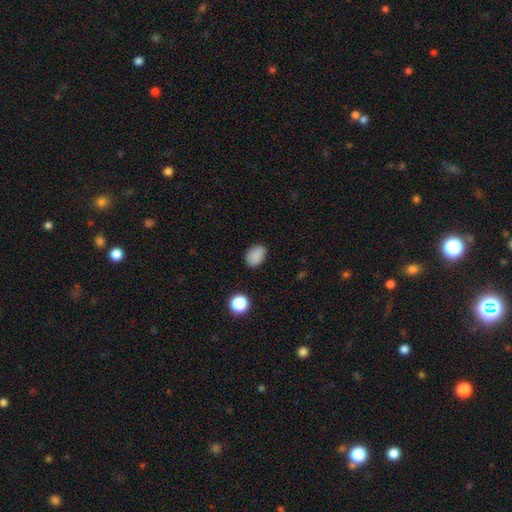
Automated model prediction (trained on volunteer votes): The model was most divided on "how rounded": in between: 75%, round: 24%, cigar-shaped: 1%. More confident: smooth or featured — smooth (84%); merging — none (79%).